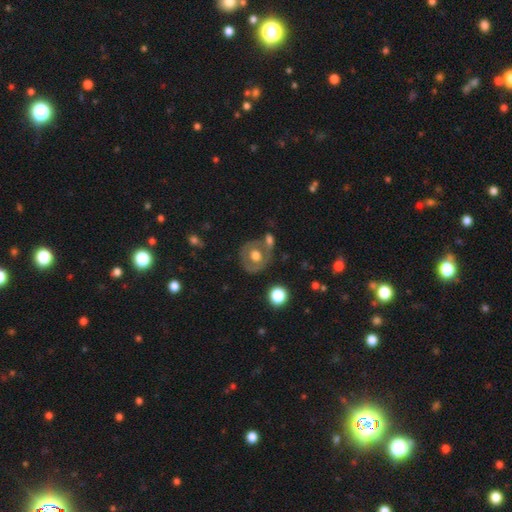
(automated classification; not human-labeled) Smooth or featured: smooth — 48% (featured or disk — 44%)
Merging: none — 60% (merger — 17%)